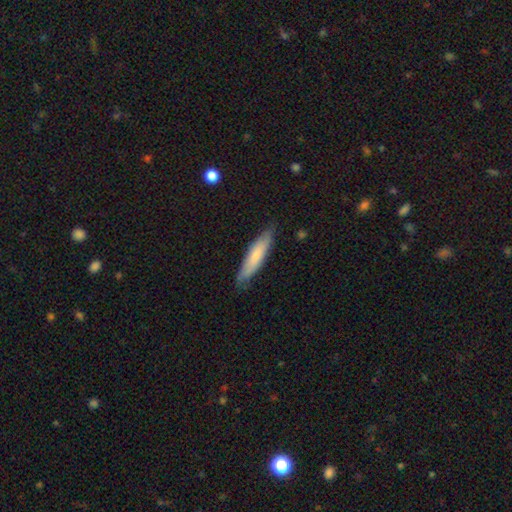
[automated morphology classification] smooth-or-featured: smooth: 68% | featured or disk: 26% | star or artifact: 5%
  how-rounded: cigar-shaped: 80% | in between: 19% | round: 1%
  merging: none: 81% | minor disturbance: 15% | major disturbance: 2% | merger: 1%